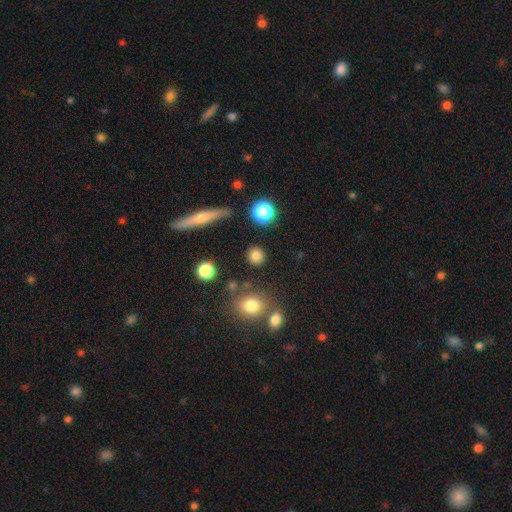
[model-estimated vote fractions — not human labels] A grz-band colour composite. It shows a smooth galaxy with no disk features (81%) that is round (87%). Merging: none (87%).